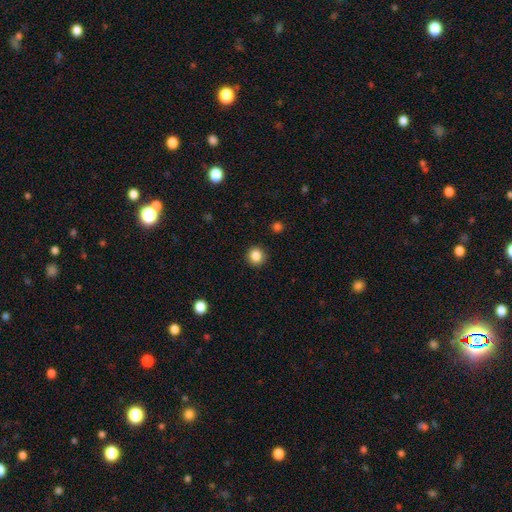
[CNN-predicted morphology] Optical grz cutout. It shows a smooth galaxy with no disk features (85%) that is round (92%). Merging: none (91%).